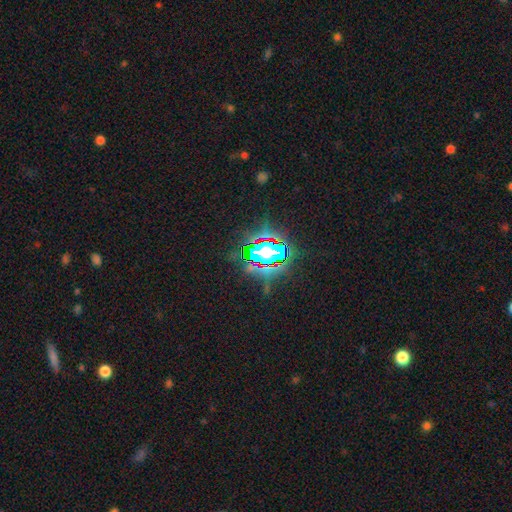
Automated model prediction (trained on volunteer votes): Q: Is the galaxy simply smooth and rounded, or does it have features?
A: star or artifact — 82%.